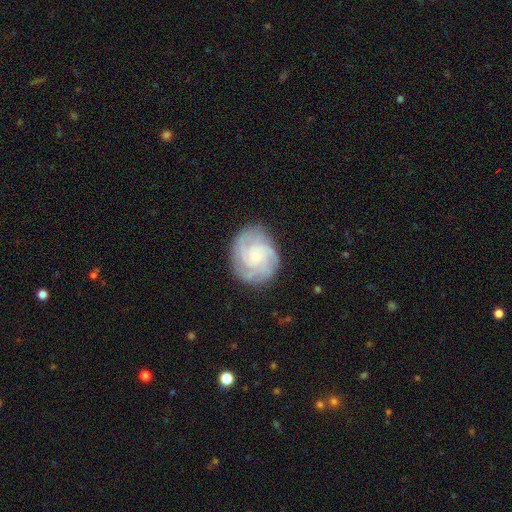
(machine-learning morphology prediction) A featured or disk galaxy (80%) with no bar (75%), 3 (31%) tight (64%) spiral arms (97%) and a small central bulge (70%).

Vote fractions:
- Smooth or featured? featured or disk: 80% / smooth: 14% / star or artifact: 6%
- Edge-on disk? no: 98% / yes: 2%
- Bar? no: 75% / weak: 22% / strong: 3%
- Spiral arms? yes: 97% / no: 3%
- Spiral winding? tight: 64% / medium: 31% / loose: 6%
- Spiral arm count? 3: 31% / 4: 27% / can't tell: 20% / 2: 9% / more than 4: 7% / 1: 6%
- Bulge size? small: 70% / moderate: 21% / none: 5% / large: 2% / dominant: 1%
- Merging? none: 79% / minor disturbance: 15% / major disturbance: 5% / merger: 1%